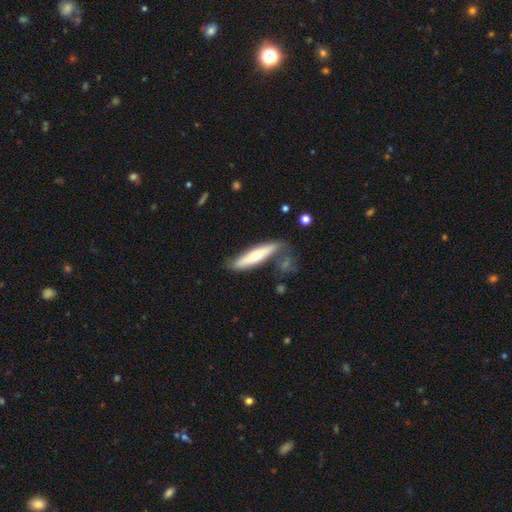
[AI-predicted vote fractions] smooth 56%, featured or disk 39%, star or artifact 5%. Down the decision tree: how rounded — cigar-shaped (80%); merging — none (72%).